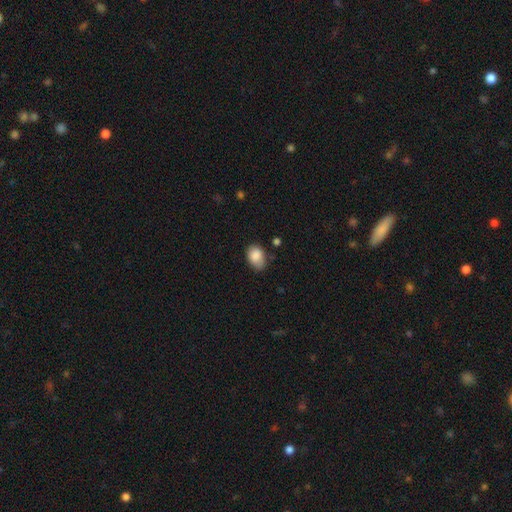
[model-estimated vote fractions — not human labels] A smooth galaxy with no disk features (86%) that is in between round and cigar-shaped (75%). Merging: none (61%).